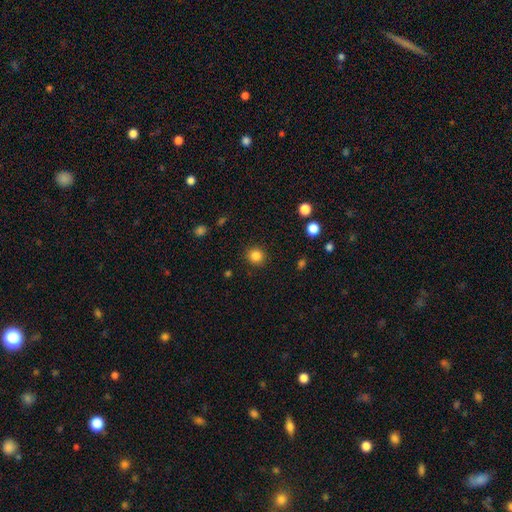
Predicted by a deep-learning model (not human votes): This appears to be a smooth galaxy with no disk features (84%) that is round (92%). Merging: none (91%).